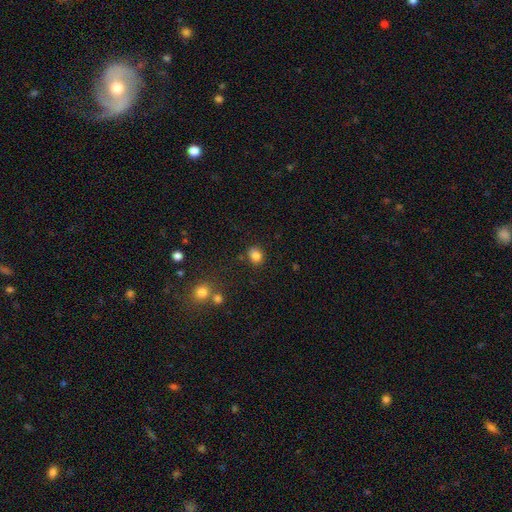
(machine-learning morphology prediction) Smooth or featured: smooth — 83% (star or artifact — 12%)
How rounded: round — 59% (in between — 40%)
Merging: none — 80% (minor disturbance — 12%)